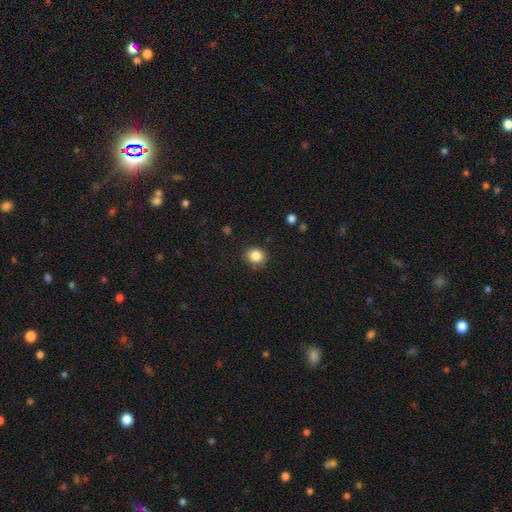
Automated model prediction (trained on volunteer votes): smooth 85%, star or artifact 10%, featured or disk 5%. Down the decision tree: how rounded — round (77%); merging — none (85%).